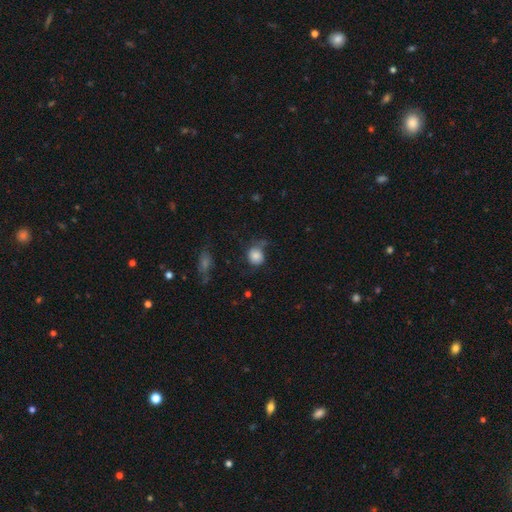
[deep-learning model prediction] Smooth or featured? smooth (79%)
How rounded? round (78%)
Merging? none (47%)